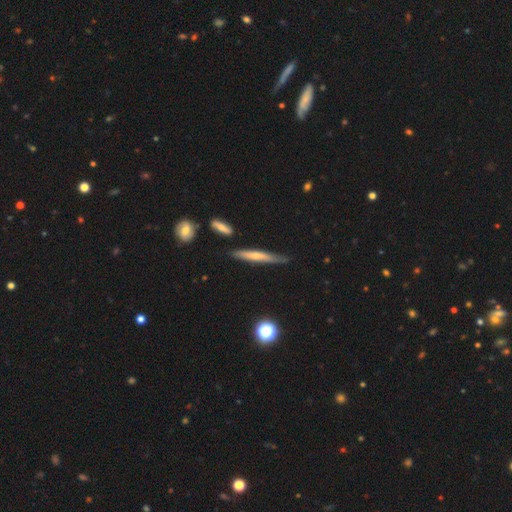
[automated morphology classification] smooth 50%, featured or disk 44%, star or artifact 7%. Down the decision tree: merging — none (76%).